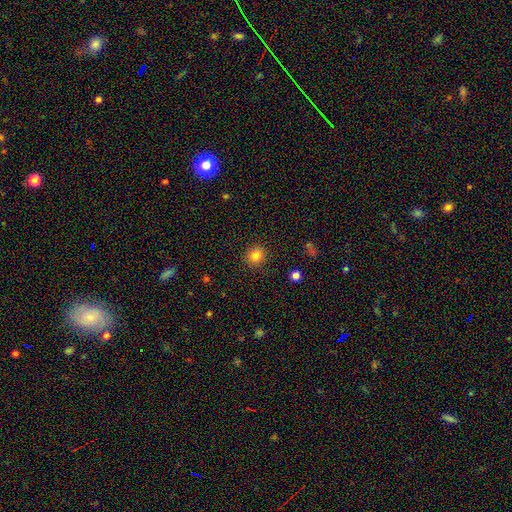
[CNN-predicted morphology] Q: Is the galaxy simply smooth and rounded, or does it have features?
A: smooth — 83%.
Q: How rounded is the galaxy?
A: round — 87%.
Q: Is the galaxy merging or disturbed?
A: none — 90%.